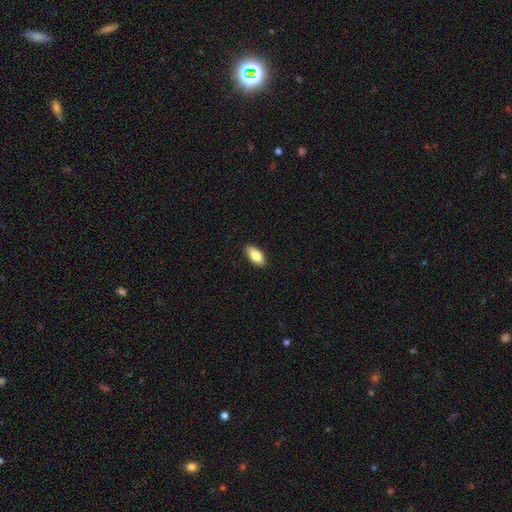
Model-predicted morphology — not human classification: This is clearly a smooth galaxy (83%). How rounded: clearly in between (90%). Merging: clearly none (88%).